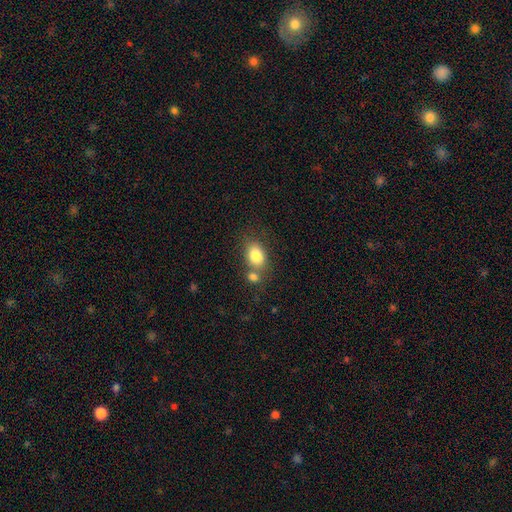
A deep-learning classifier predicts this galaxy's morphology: A smooth galaxy with no disk features (83%) that is in between round and cigar-shaped (75%).

Vote fractions:
- Smooth or featured? smooth: 83% / star or artifact: 9% / featured or disk: 9%
- How rounded? in between: 75% / round: 24% / cigar-shaped: 1%
- Merging? none: 52% / merger: 30% / minor disturbance: 13% / major disturbance: 5%